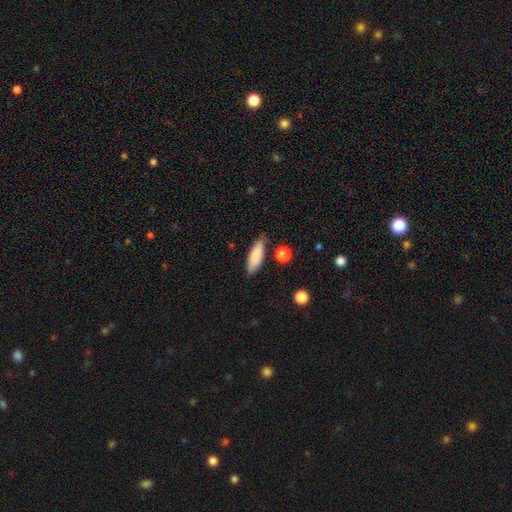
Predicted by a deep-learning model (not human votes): smooth-or-featured: smooth: 85% | featured or disk: 9% | star or artifact: 6%
  how-rounded: in between: 55% | cigar-shaped: 43% | round: 2%
  merging: none: 79% | minor disturbance: 15% | merger: 3% | major disturbance: 3%